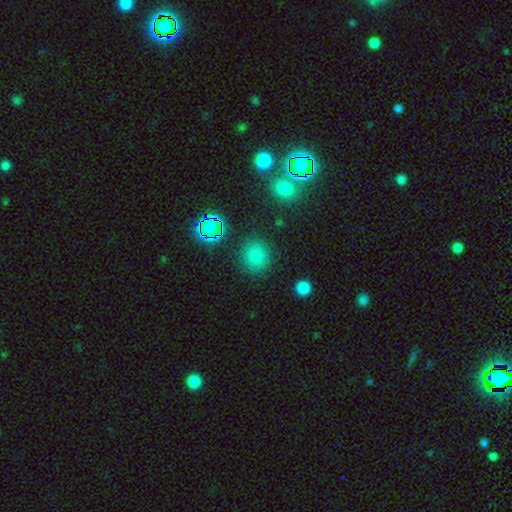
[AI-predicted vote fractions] smooth_or_featured: smooth (p=0.76) [alt: star or artifact p=0.18]
how_rounded: round (p=0.84) [alt: in between p=0.15]
merging: none (p=0.87) [alt: minor disturbance p=0.08]